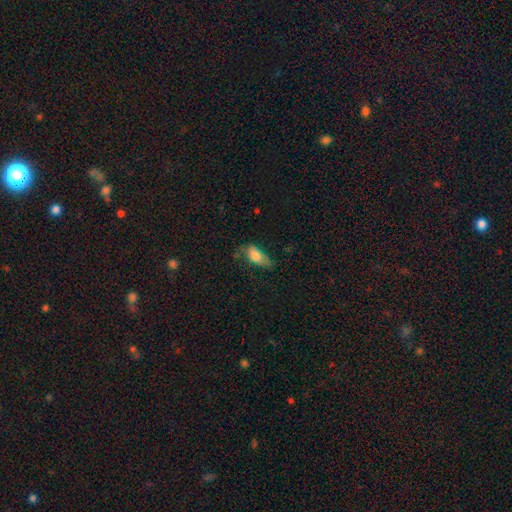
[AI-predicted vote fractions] This appears to be a smooth galaxy with no disk features (73%) that is in between round and cigar-shaped (83%). Merging: none (47%).